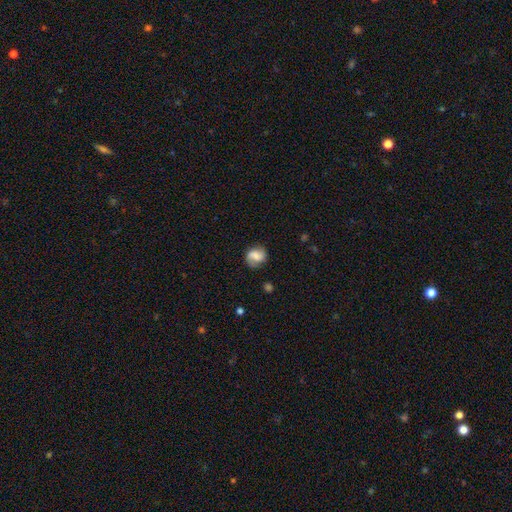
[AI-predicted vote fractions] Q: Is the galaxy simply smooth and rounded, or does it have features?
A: smooth — 46%, tied with featured or disk.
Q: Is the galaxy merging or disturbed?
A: none — 68%.